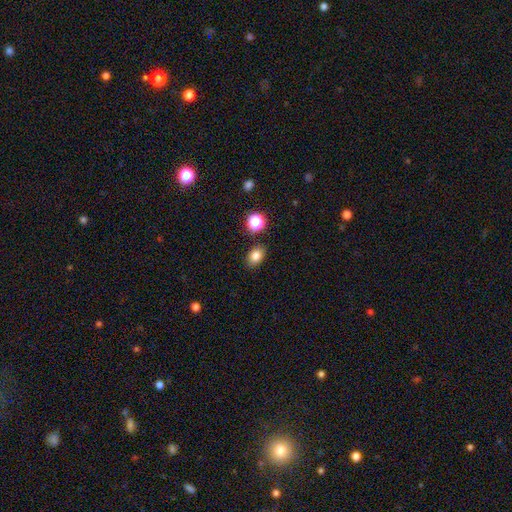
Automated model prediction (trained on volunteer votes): smooth 81%, star or artifact 12%, featured or disk 7%. Down the decision tree: how rounded — in between (74%); merging — none (85%).